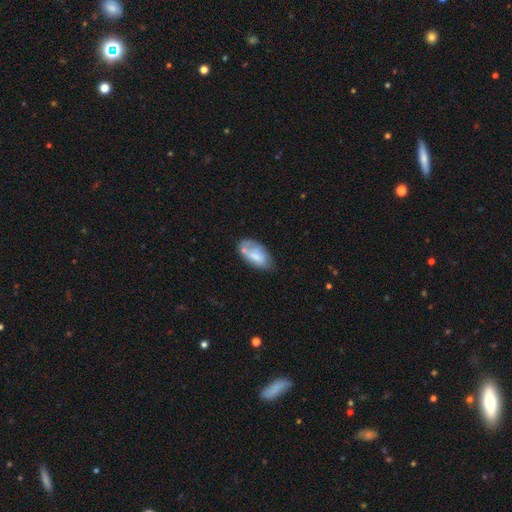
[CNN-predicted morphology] Smooth or featured? smooth (66%)
How rounded? in between (93%)
Merging? none (49%)